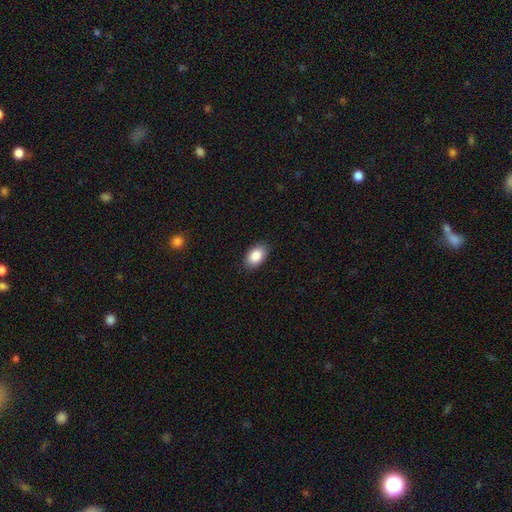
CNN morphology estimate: The model was most divided on "merging": none: 87%, minor disturbance: 10%, major disturbance: 2%, merger: 1%. More confident: how rounded — in between (91%); smooth or featured — smooth (88%).